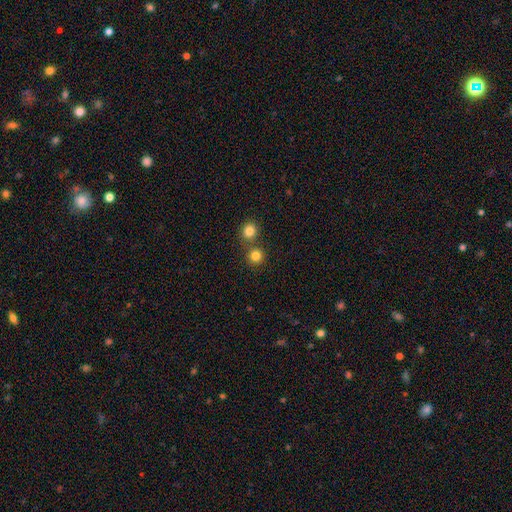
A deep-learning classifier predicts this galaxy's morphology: This appears to be a smooth galaxy with no disk features (82%) that is round (92%). Merging: none (69%).